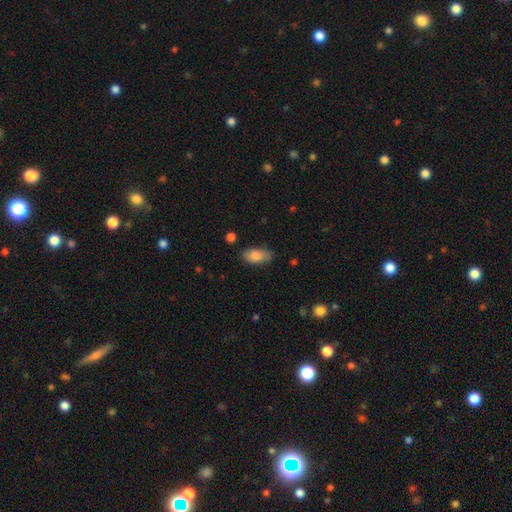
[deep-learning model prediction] A smooth galaxy with no disk features (86%) that is in between round and cigar-shaped (90%).

Vote fractions:
- Smooth or featured? smooth: 86% / star or artifact: 7% / featured or disk: 7%
- How rounded? in between: 90% / cigar-shaped: 7% / round: 3%
- Merging? none: 77% / minor disturbance: 17% / major disturbance: 4% / merger: 2%